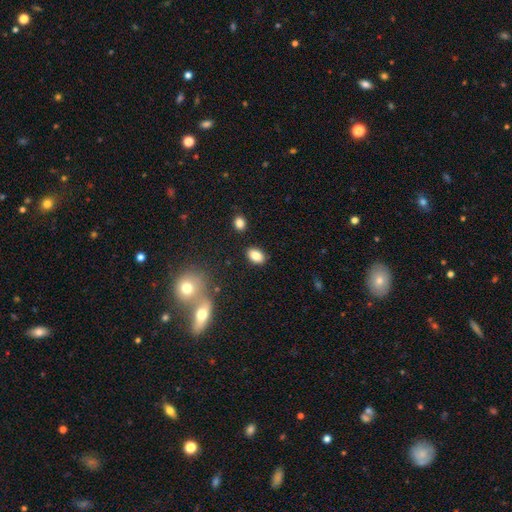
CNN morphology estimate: The model was most divided on "smooth or featured": smooth: 83%, star or artifact: 9%, featured or disk: 8%. More confident: how rounded — in between (87%); merging — none (85%).